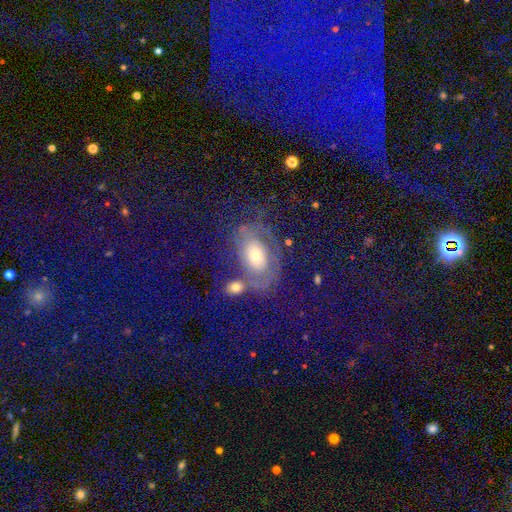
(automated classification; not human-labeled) A featured or disk galaxy (41%). Merging: none (56%).